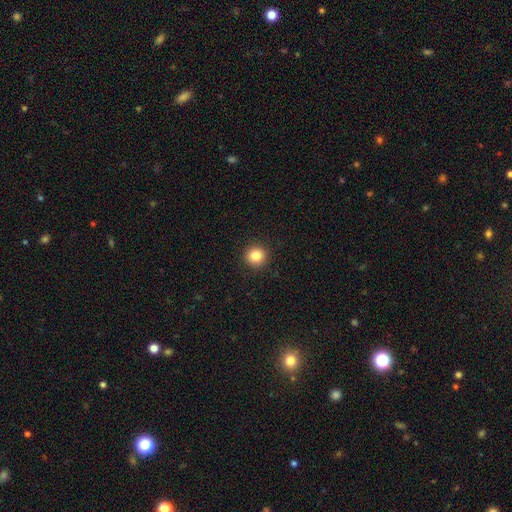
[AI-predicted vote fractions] A smooth galaxy with no disk features (84%) that is round (93%). Merging: none (93%).